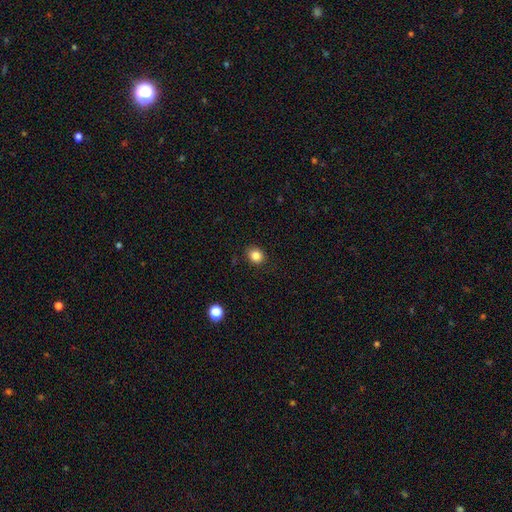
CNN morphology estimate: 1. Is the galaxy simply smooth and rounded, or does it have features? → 85% smooth, 11% star or artifact, 5% featured or disk.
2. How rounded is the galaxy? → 67% round, 32% in between, 1% cigar-shaped.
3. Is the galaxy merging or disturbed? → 88% none, 8% minor disturbance, 2% major disturbance, 1% merger.